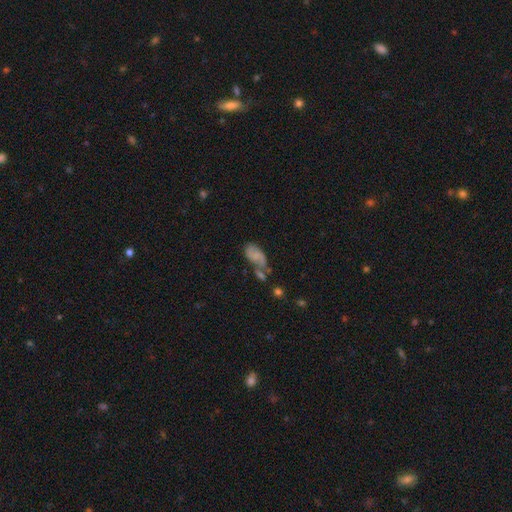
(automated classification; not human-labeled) smooth_or_featured: smooth (p=0.55) [alt: featured or disk p=0.33]
how_rounded: in between (p=0.91) [alt: round p=0.05]
merging: merger (p=0.31) [tied with: none p=0.31]